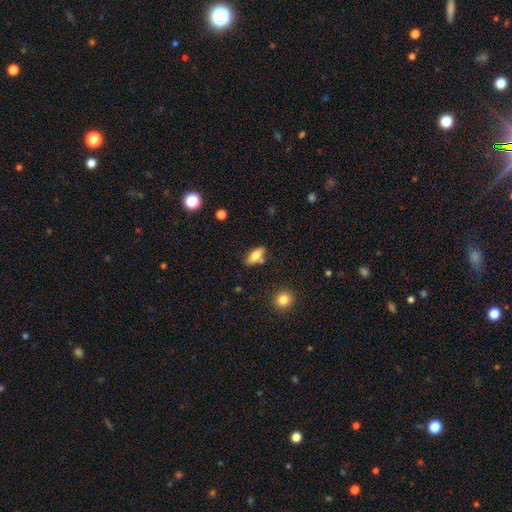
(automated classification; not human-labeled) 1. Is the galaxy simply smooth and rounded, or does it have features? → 74% smooth, 18% featured or disk, 8% star or artifact.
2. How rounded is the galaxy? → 84% in between, 12% cigar-shaped, 4% round.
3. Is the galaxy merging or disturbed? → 72% none, 17% minor disturbance, 7% merger, 4% major disturbance.